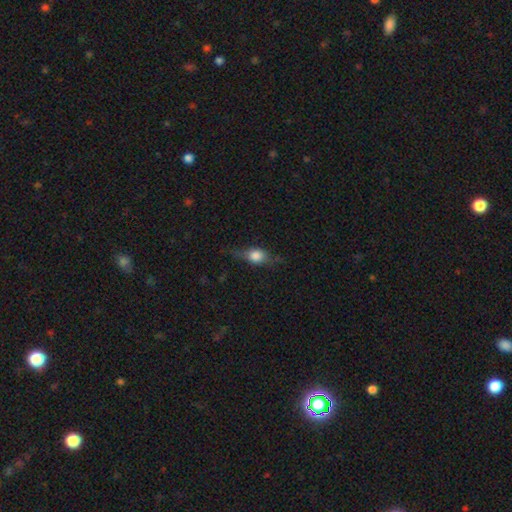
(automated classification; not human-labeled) This appears to be a smooth galaxy with no disk features (58%) that is in between round and cigar-shaped (55%). Merging: none (61%).